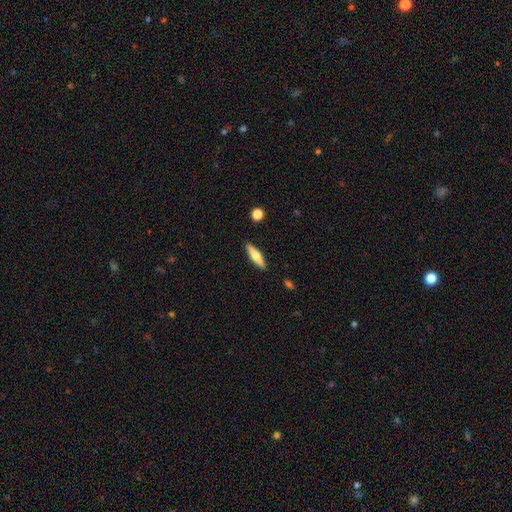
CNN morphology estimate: smooth_or_featured: smooth (p=0.52) [alt: featured or disk p=0.41]
how_rounded: cigar-shaped (p=0.66) [alt: in between p=0.32]
merging: none (p=0.89) [alt: minor disturbance p=0.08]